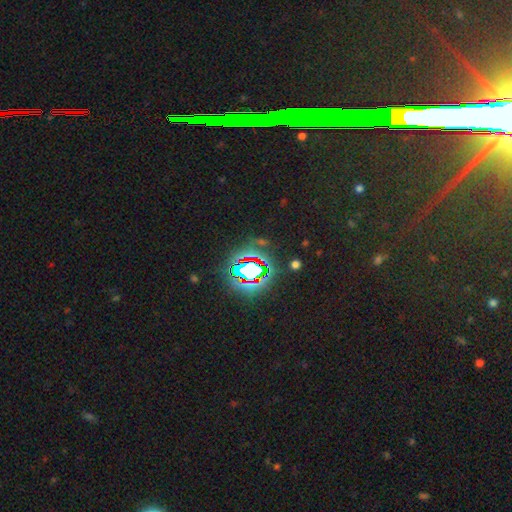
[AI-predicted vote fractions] Smooth or featured?
  - star or artifact: 82% *
  - smooth: 9%
  - featured or disk: 8%